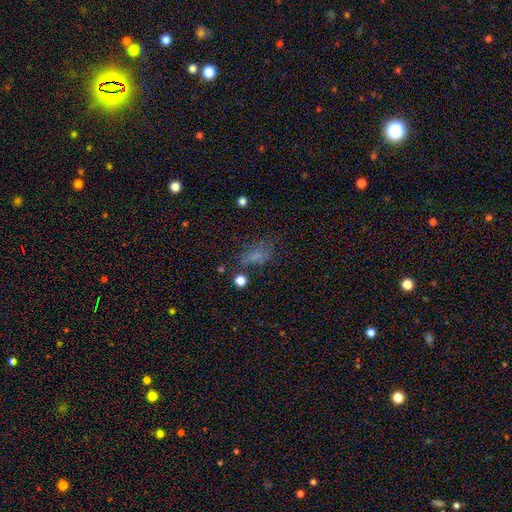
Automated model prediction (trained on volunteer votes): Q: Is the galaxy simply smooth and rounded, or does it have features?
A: smooth — 60%.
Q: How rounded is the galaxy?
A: in between — 80%.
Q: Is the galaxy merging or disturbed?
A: none — 45%.